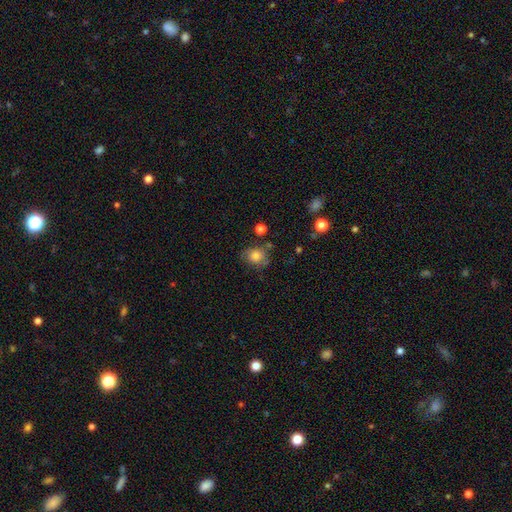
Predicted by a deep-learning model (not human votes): Smooth or featured? Predicted: smooth (p=0.77). How rounded? Predicted: round (p=0.67). Merging? Predicted: none (p=0.63).